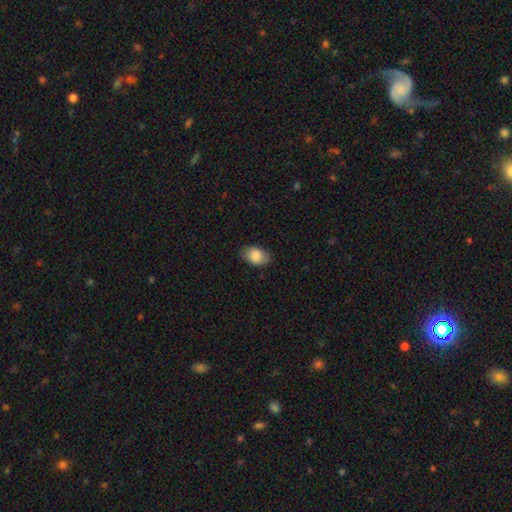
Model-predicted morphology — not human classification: Overall: smooth (86%). How rounded: in between (86%). Merging: none (83%).